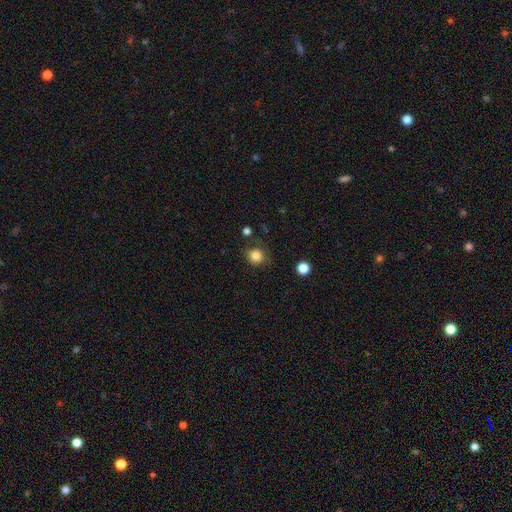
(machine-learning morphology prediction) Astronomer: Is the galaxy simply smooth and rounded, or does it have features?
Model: smooth — 84%.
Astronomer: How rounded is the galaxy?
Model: round — 89%.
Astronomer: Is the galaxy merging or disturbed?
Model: none — 79%.